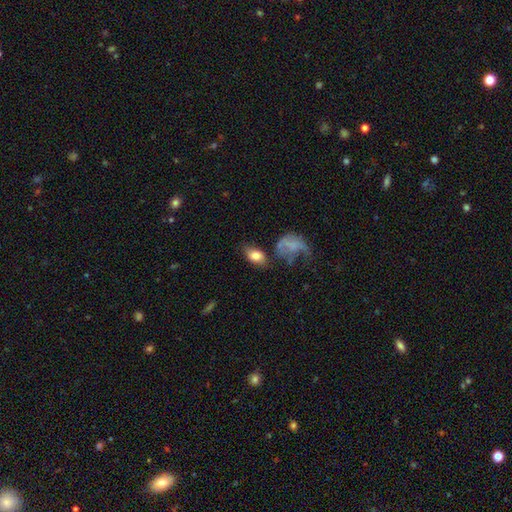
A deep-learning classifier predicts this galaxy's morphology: A smooth galaxy with no disk features (77%) that is in between round and cigar-shaped (88%).

Vote fractions:
- Smooth or featured? smooth: 77% / featured or disk: 15% / star or artifact: 8%
- How rounded? in between: 88% / round: 10% / cigar-shaped: 2%
- Merging? none: 53% / minor disturbance: 21% / major disturbance: 14% / merger: 12%